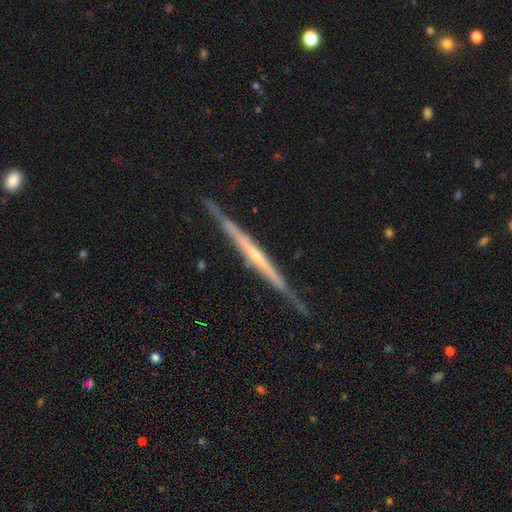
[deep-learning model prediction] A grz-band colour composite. It shows a featured or disk galaxy (79%) viewed edge-on (97%) with no central bulge (59%). Merging: none (84%).